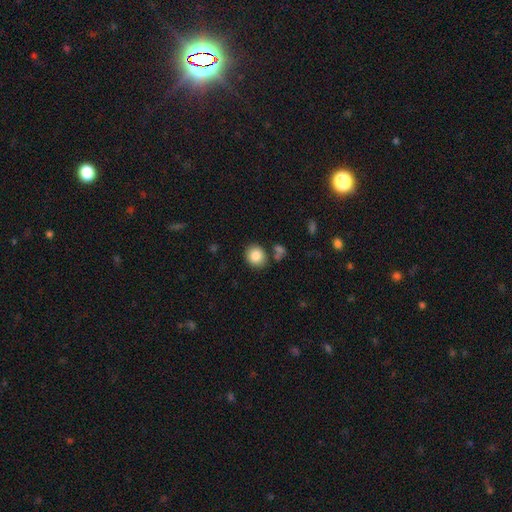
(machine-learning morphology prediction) Smooth or featured? Predicted: smooth (p=0.85). How rounded? Predicted: round (p=0.79). Merging? Predicted: none (p=0.78).